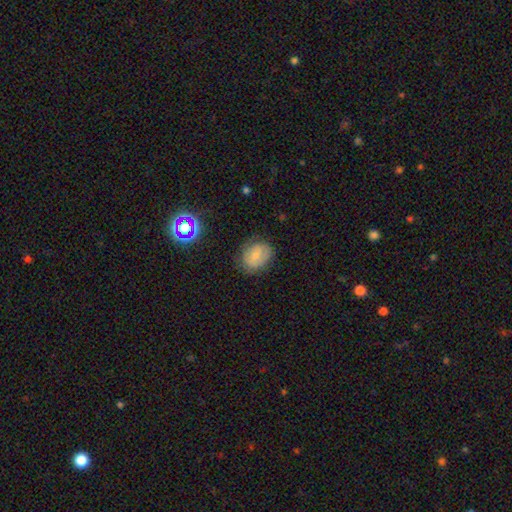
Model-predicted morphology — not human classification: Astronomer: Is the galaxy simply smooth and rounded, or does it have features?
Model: smooth — 68%.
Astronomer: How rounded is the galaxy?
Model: in between — 54% (runner-up: round, 45%).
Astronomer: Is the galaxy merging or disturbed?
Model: none — 71%.